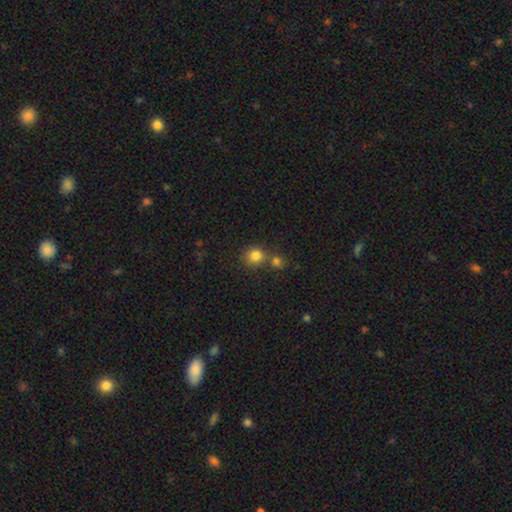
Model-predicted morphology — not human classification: The model was most divided on "merging": none: 58%, merger: 30%, minor disturbance: 9%, major disturbance: 3%. More confident: how rounded — round (85%); smooth or featured — smooth (81%).